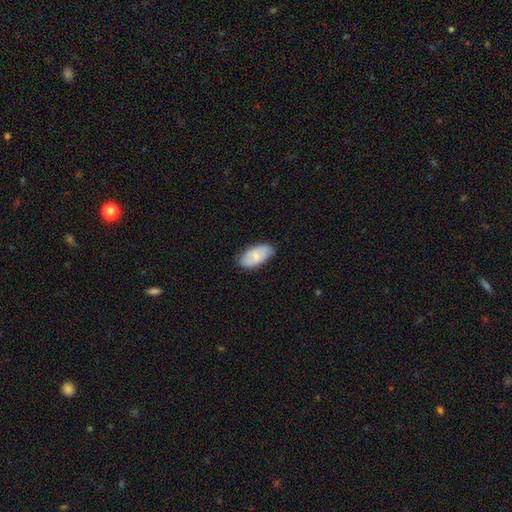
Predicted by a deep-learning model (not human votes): Smooth or featured? smooth (74%)
How rounded? in between (94%)
Merging? none (75%)